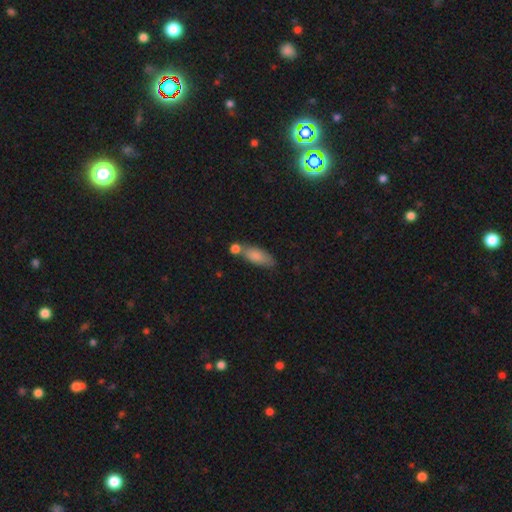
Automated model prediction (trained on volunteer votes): This is clearly a smooth galaxy (81%). How rounded: likely in between (70%). Merging: possibly none (46%).